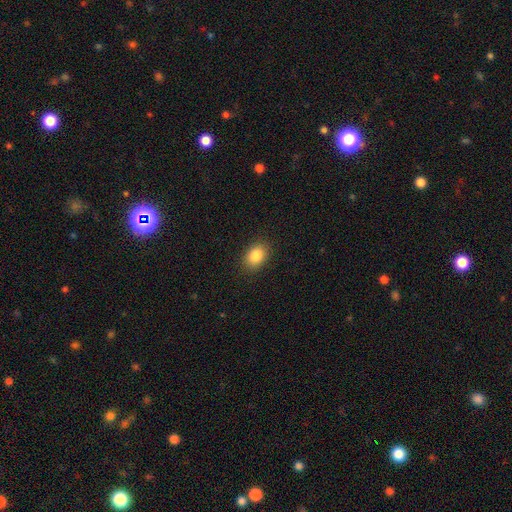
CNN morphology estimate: smooth_or_featured: smooth (p=0.85) [alt: star or artifact p=0.09]
how_rounded: in between (p=0.76) [alt: round p=0.23]
merging: none (p=0.88) [alt: minor disturbance p=0.09]